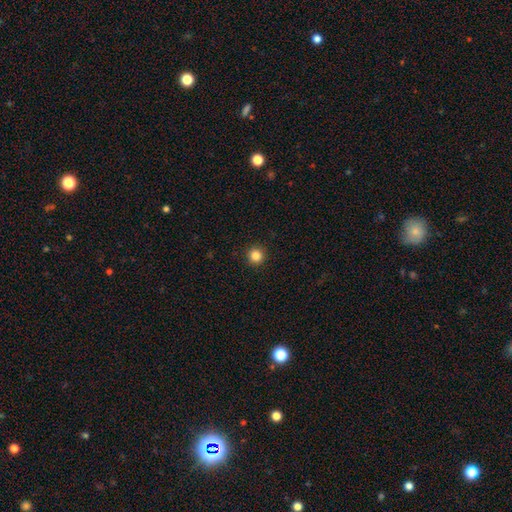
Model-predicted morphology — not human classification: Smooth or featured?
  - smooth: 85% *
  - star or artifact: 11%
  - featured or disk: 3%
How rounded?
  - round: 95% *
  - in between: 4%
  - cigar-shaped: 1%
Merging?
  - none: 93% *
  - minor disturbance: 5%
  - major disturbance: 2%
  - merger: 1%